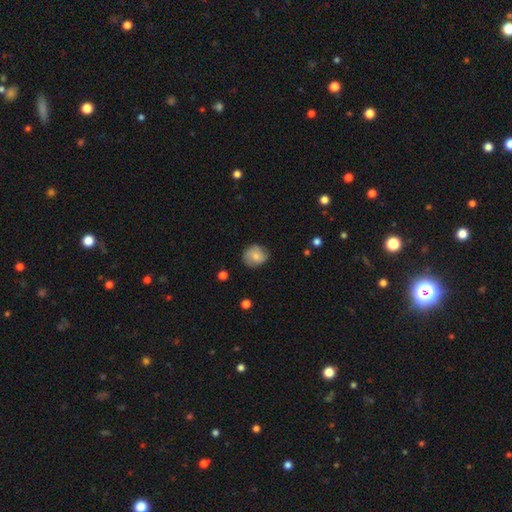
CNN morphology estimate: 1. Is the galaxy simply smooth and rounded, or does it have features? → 67% smooth, 26% featured or disk, 8% star or artifact.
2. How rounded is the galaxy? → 80% round, 19% in between, 1% cigar-shaped.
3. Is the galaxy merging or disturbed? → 72% none, 22% minor disturbance, 5% major disturbance, 1% merger.